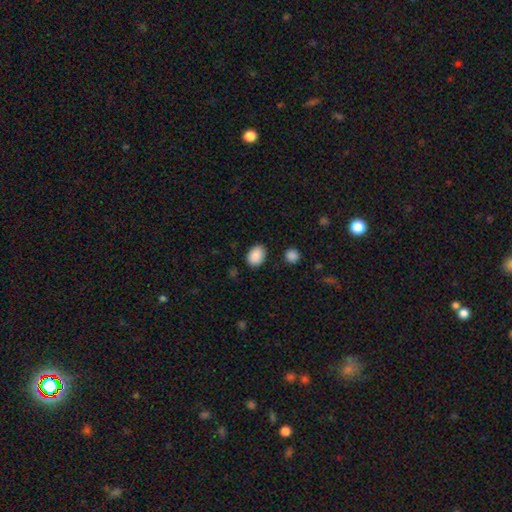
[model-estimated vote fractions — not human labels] This appears to be a smooth galaxy with no disk features (90%) that is in between round and cigar-shaped (75%). Merging: none (84%).